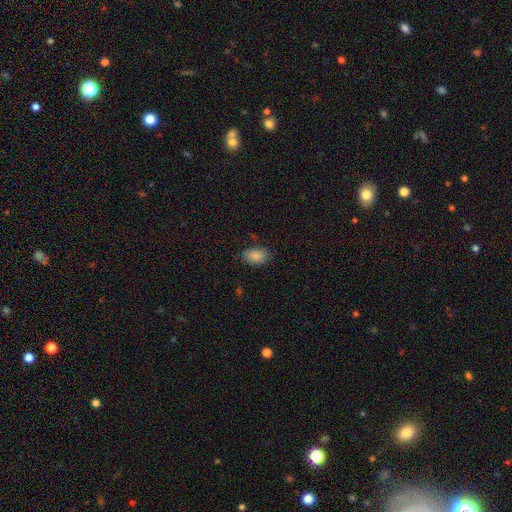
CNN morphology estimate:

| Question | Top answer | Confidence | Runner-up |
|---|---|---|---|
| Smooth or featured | smooth | 87% | star or artifact (8%) |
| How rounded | in between | 88% | round (10%) |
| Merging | none | 80% | minor disturbance (15%) |